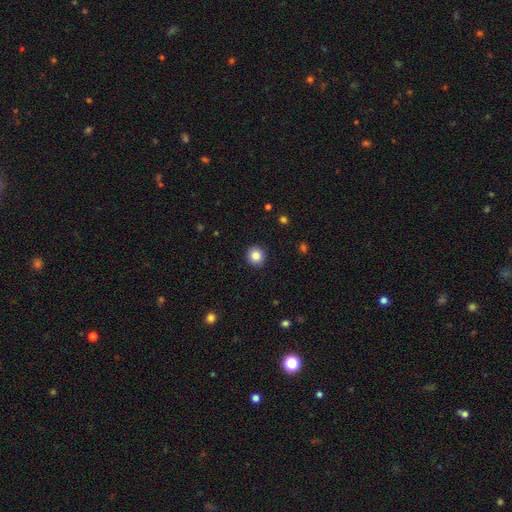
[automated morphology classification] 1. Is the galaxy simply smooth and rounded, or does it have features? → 85% smooth, 10% star or artifact, 5% featured or disk.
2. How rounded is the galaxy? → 92% round, 7% in between, 1% cigar-shaped.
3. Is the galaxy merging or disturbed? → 92% none, 5% minor disturbance, 2% major disturbance, 1% merger.